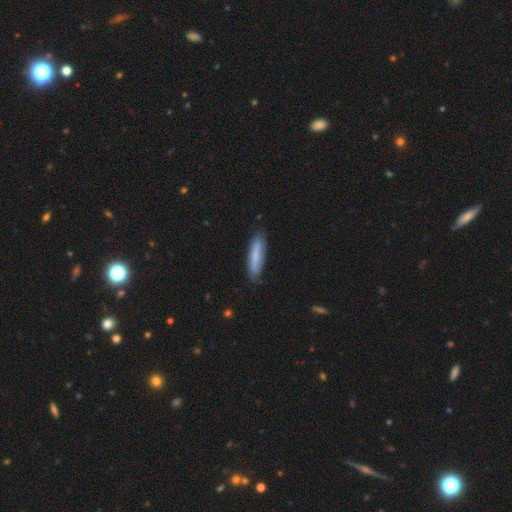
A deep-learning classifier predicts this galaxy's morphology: Smooth or featured? Predicted: smooth (p=0.74). How rounded? Predicted: cigar-shaped (p=0.80). Merging? Predicted: none (p=0.81).